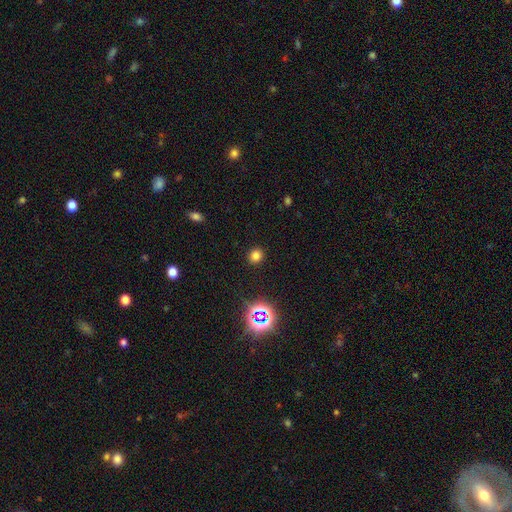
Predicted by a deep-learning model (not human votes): smooth_or_featured: smooth (p=0.75) [alt: star or artifact p=0.20]
how_rounded: round (p=0.86) [alt: in between p=0.13]
merging: none (p=0.91) [alt: minor disturbance p=0.06]